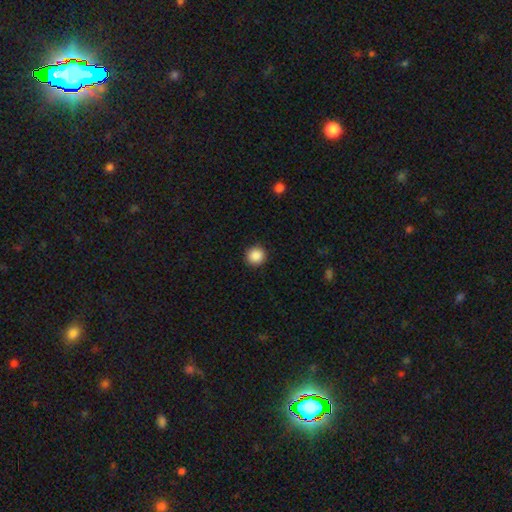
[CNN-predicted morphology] A smooth galaxy with no disk features (89%) that is round (94%).

Vote fractions:
- Smooth or featured? smooth: 89% / star or artifact: 9% / featured or disk: 3%
- How rounded? round: 94% / in between: 5% / cigar-shaped: 1%
- Merging? none: 92% / minor disturbance: 5% / major disturbance: 2% / merger: 1%